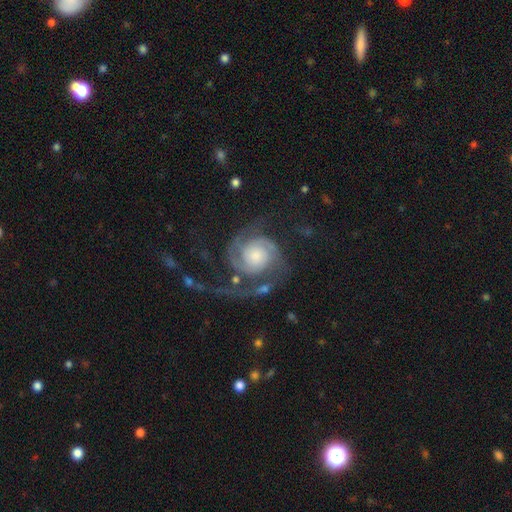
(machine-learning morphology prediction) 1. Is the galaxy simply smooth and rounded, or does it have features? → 88% featured or disk, 7% smooth, 5% star or artifact.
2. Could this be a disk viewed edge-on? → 98% no, 2% yes.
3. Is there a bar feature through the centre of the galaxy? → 74% no, 20% weak, 5% strong.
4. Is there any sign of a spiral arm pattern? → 98% yes, 2% no.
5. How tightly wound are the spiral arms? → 44% tight, 41% medium, 15% loose.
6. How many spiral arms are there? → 72% 2, 11% 3, 6% can't tell, 4% 1, 3% 4, 3% more than 4.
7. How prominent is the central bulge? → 35% moderate, 26% large, 26% small, 7% none, 6% dominant.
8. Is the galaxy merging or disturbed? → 55% none, 25% major disturbance, 16% minor disturbance, 4% merger.